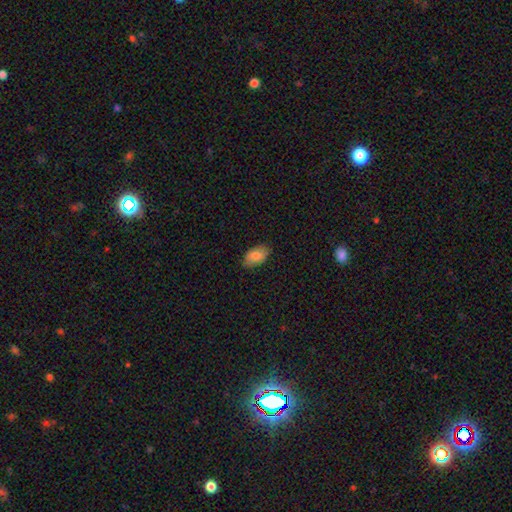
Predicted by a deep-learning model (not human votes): This is clearly a smooth galaxy (84%). How rounded: clearly in between (93%). Merging: clearly none (82%).